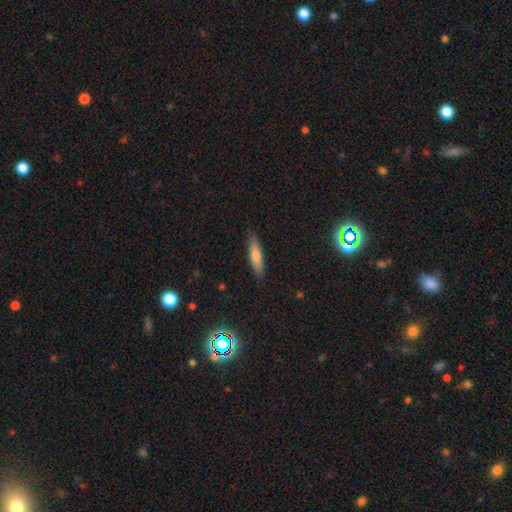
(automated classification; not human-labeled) Smooth or featured?
  - smooth: 64% *
  - featured or disk: 26%
  - star or artifact: 11%
How rounded?
  - cigar-shaped: 77% *
  - in between: 21%
  - round: 2%
Merging?
  - none: 87% *
  - minor disturbance: 9%
  - major disturbance: 2%
  - merger: 1%